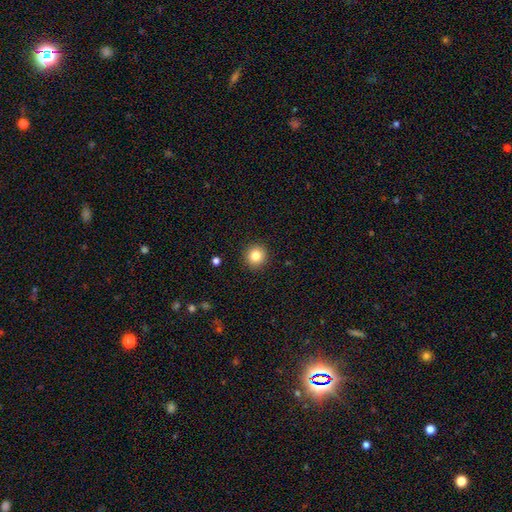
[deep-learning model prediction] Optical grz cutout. It shows a smooth galaxy with no disk features (83%) that is round (94%). Merging: none (92%).